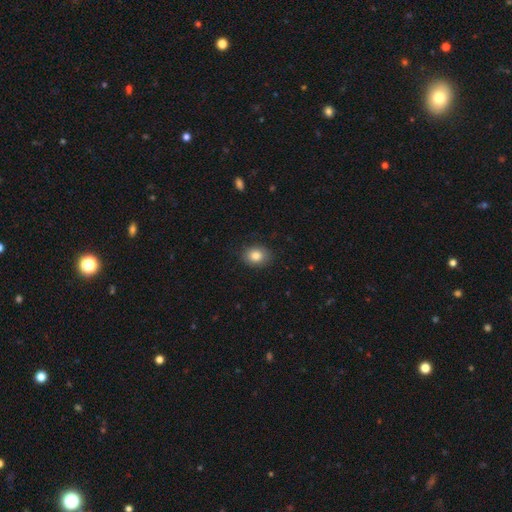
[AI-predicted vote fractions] Smooth or featured?
  - smooth: 85% *
  - star or artifact: 9%
  - featured or disk: 7%
How rounded?
  - in between: 57% *
  - round: 43%
  - cigar-shaped: 1%
Merging?
  - none: 85% *
  - minor disturbance: 11%
  - major disturbance: 3%
  - merger: 1%